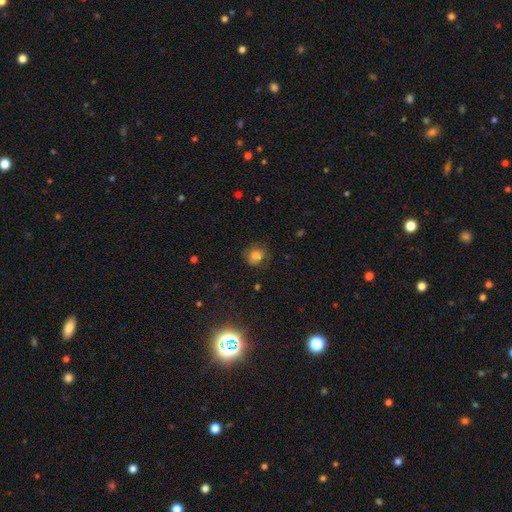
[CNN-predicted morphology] smooth-or-featured: smooth: 79% | star or artifact: 12% | featured or disk: 9%
  how-rounded: round: 71% | in between: 28% | cigar-shaped: 1%
  merging: none: 73% | minor disturbance: 19% | major disturbance: 7% | merger: 1%